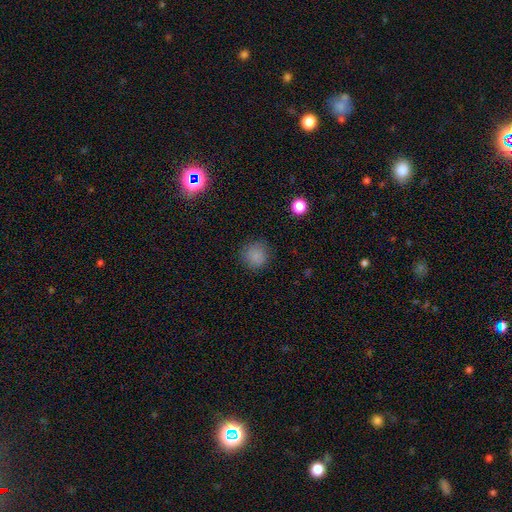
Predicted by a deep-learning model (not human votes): smooth-or-featured: smooth: 83% | star or artifact: 12% | featured or disk: 5%
  how-rounded: round: 91% | in between: 8% | cigar-shaped: 1%
  merging: none: 84% | minor disturbance: 12% | major disturbance: 3% | merger: 1%